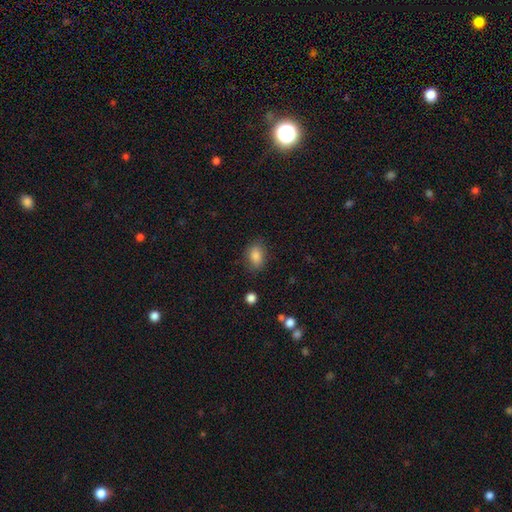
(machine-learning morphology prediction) This is clearly a smooth galaxy (85%). How rounded: likely in between (79%). Merging: clearly none (80%).